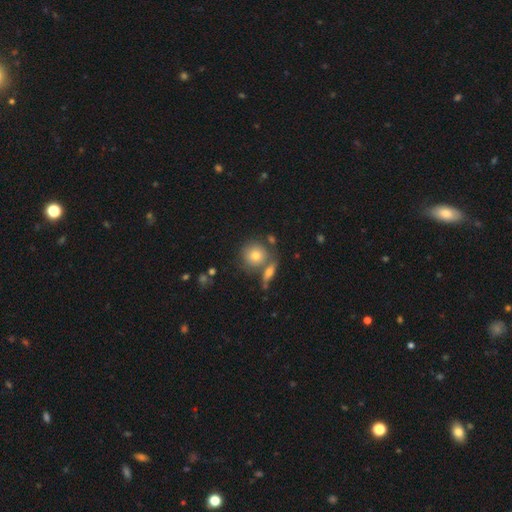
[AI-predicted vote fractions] Smooth or featured: smooth — 73% (featured or disk — 16%)
How rounded: round — 88% (in between — 11%)
Merging: none — 65% (merger — 22%)